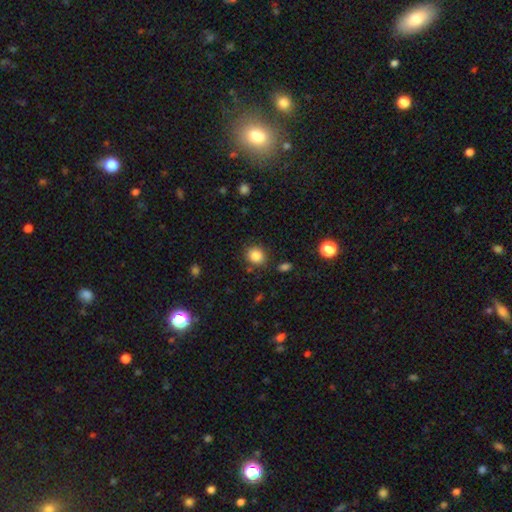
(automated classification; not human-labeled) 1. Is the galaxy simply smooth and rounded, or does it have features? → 85% smooth, 10% star or artifact, 5% featured or disk.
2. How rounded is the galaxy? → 67% round, 32% in between, 1% cigar-shaped.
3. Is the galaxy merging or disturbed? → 83% none, 11% minor disturbance, 3% major disturbance, 3% merger.